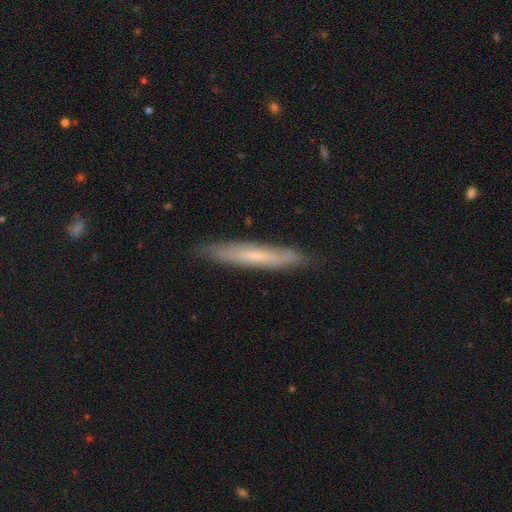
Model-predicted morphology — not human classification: The model was most divided on "smooth or featured": featured or disk: 49%, smooth: 45%, star or artifact: 7%. More confident: merging — none (83%).